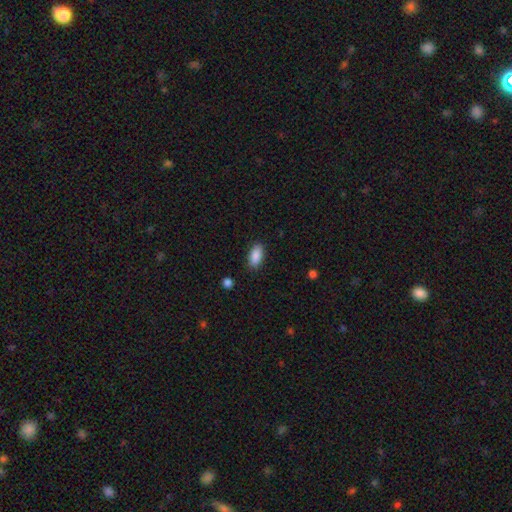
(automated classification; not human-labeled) Q: Smooth or featured?
A: smooth (89%); runner-up: star or artifact (7%)
Q: How rounded?
A: in between (91%); runner-up: cigar-shaped (6%)
Q: Merging?
A: none (87%); runner-up: minor disturbance (9%)